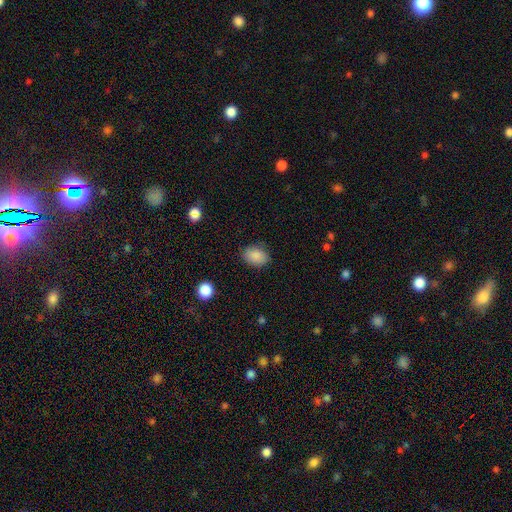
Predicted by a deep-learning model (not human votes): The model was most divided on "how rounded": in between: 75%, round: 24%, cigar-shaped: 1%. More confident: smooth or featured — smooth (87%); merging — none (81%).